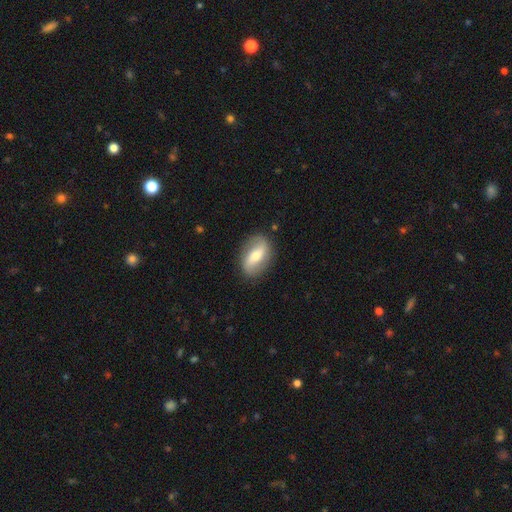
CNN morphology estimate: Smooth or featured?
  - featured or disk: 60% *
  - smooth: 34%
  - star or artifact: 6%
Edge-on disk?
  - no: 90% *
  - yes: 10%
Bar?
  - strong: 42% *
  - weak: 33%
  - no: 25%
Spiral arms?
  - yes: 73% *
  - no: 27%
Bulge size?
  - moderate: 61% *
  - small: 30%
  - large: 6%
  - dominant: 1%
  - none: 1%
Merging?
  - none: 84% *
  - minor disturbance: 11%
  - major disturbance: 3%
  - merger: 1%